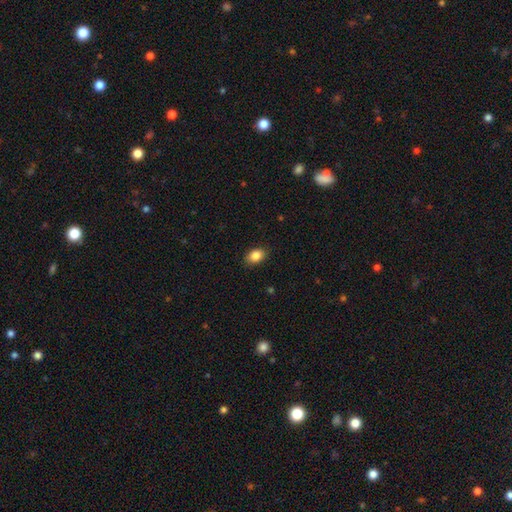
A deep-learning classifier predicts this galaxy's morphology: Smooth or featured: smooth — 86% (star or artifact — 8%)
How rounded: in between — 82% (round — 17%)
Merging: none — 88% (minor disturbance — 9%)